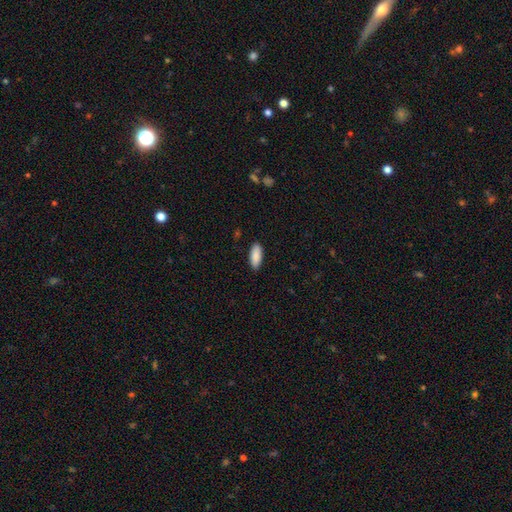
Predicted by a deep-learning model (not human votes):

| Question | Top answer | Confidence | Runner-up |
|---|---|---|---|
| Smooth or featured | smooth | 90% | star or artifact (6%) |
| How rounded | in between | 80% | cigar-shaped (19%) |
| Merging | none | 89% | minor disturbance (8%) |